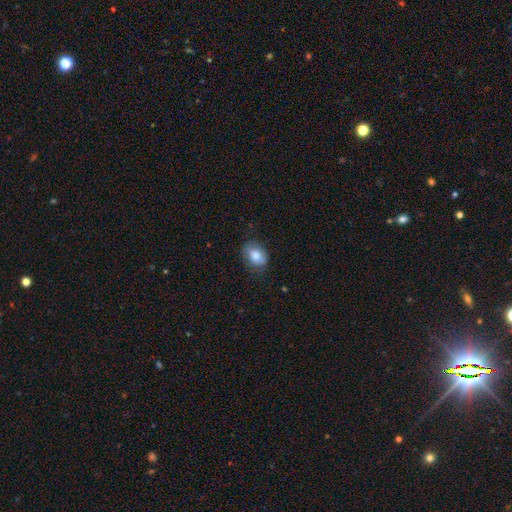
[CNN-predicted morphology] Smooth or featured: smooth — 80% (featured or disk — 13%)
How rounded: in between — 77% (round — 22%)
Merging: none — 74% (minor disturbance — 20%)